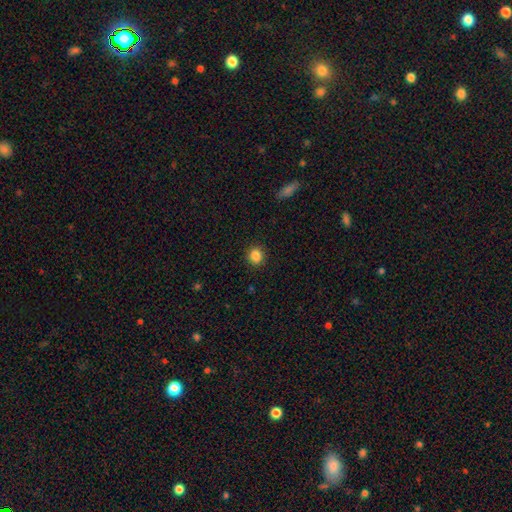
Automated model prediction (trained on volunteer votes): A smooth galaxy with no disk features (86%) that is round (85%). Merging: none (91%).